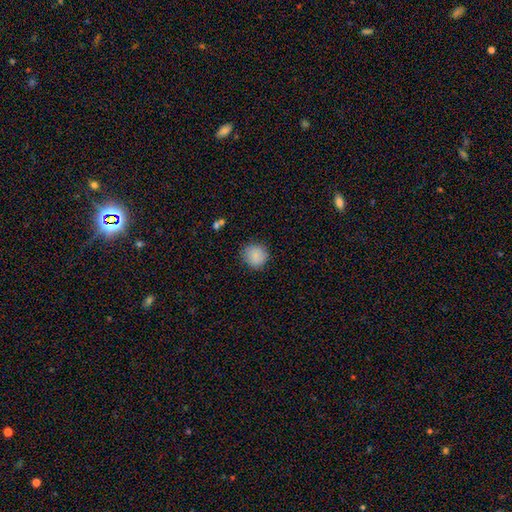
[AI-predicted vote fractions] This appears to be a smooth galaxy with no disk features (87%) that is round (92%). Merging: none (86%).